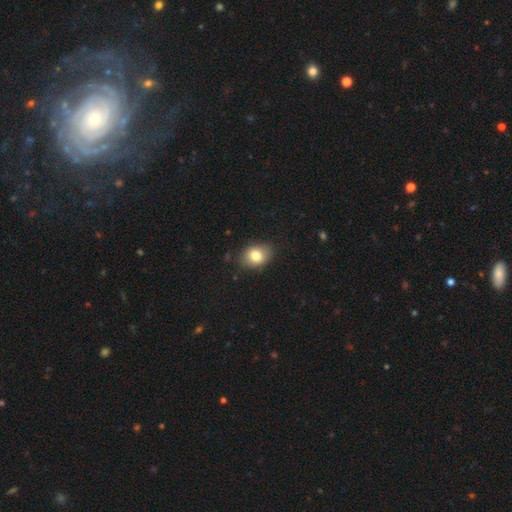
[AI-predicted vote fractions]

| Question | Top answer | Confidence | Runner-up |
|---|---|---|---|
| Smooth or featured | smooth | 80% | featured or disk (11%) |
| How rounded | in between | 65% | round (34%) |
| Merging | none | 80% | minor disturbance (15%) |